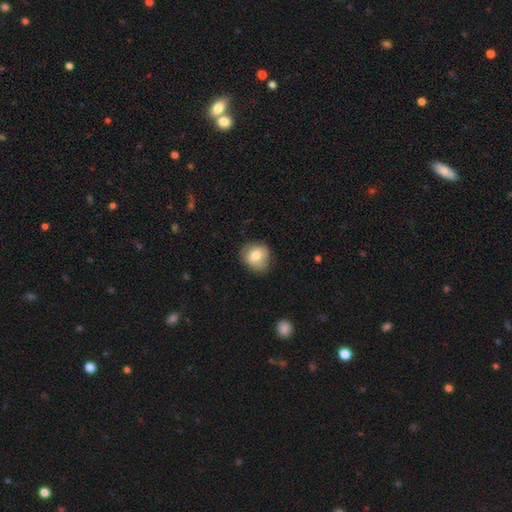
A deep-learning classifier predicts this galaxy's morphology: A smooth galaxy with no disk features (76%) that is round (78%).

Vote fractions:
- Smooth or featured? smooth: 76% / featured or disk: 15% / star or artifact: 8%
- How rounded? round: 78% / in between: 21% / cigar-shaped: 1%
- Merging? none: 71% / minor disturbance: 22% / major disturbance: 5% / merger: 1%